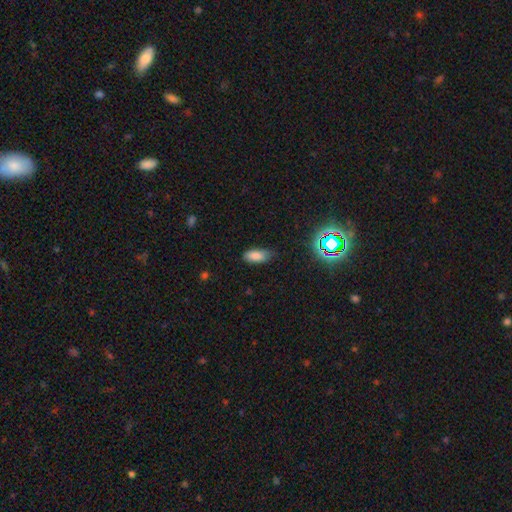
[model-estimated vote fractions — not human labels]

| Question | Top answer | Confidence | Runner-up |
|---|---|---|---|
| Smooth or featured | smooth | 81% | star or artifact (12%) |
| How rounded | in between | 86% | cigar-shaped (11%) |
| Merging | none | 71% | minor disturbance (23%) |